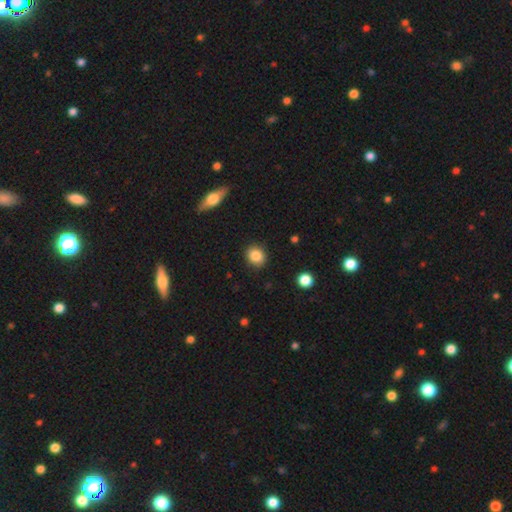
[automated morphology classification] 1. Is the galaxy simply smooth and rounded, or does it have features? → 85% smooth, 9% star or artifact, 6% featured or disk.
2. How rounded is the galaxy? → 77% round, 22% in between, 1% cigar-shaped.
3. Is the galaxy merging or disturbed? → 86% none, 11% minor disturbance, 2% major disturbance, 1% merger.